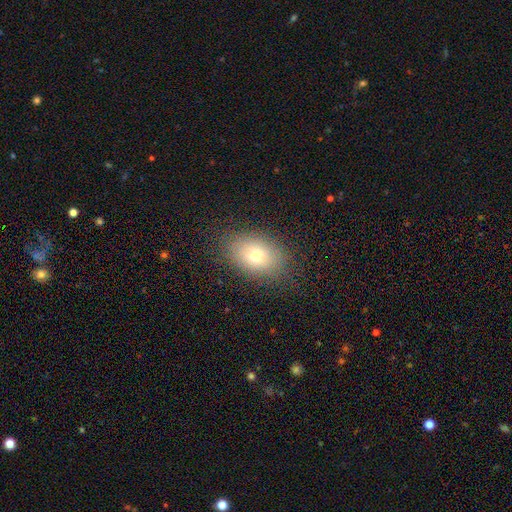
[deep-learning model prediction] Smooth or featured? Predicted: smooth (p=0.72). How rounded? Predicted: in between (p=0.75). Merging? Predicted: none (p=0.85).